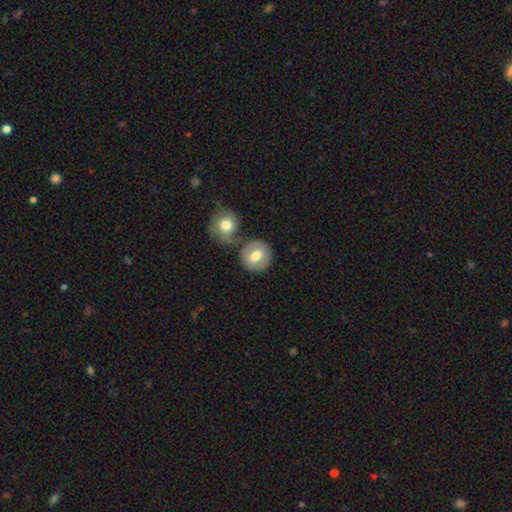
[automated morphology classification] Smooth or featured? Predicted: smooth (p=0.64). How rounded? Predicted: round (p=0.81). Merging? Predicted: none (p=0.62).